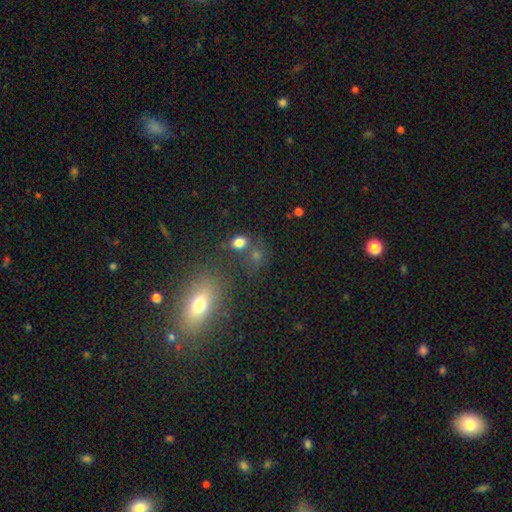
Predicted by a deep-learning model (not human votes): Q: Smooth or featured?
A: smooth (68%); runner-up: star or artifact (21%)
Q: How rounded?
A: round (53%); runner-up: in between (45%)
Q: Merging?
A: none (59%); runner-up: merger (20%)